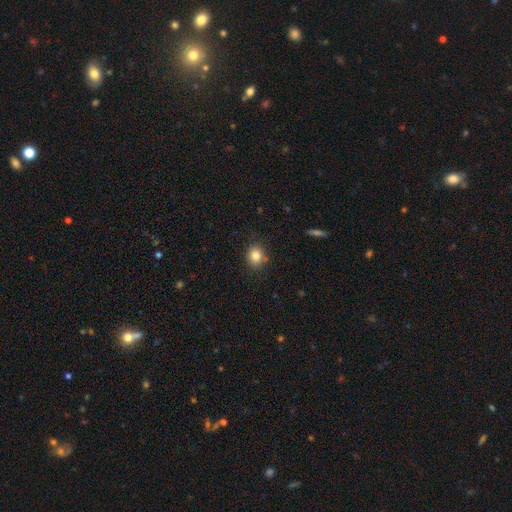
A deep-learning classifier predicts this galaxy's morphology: Overall: smooth (83%). How rounded: round (67%; in between 32%). Merging: none (83%).